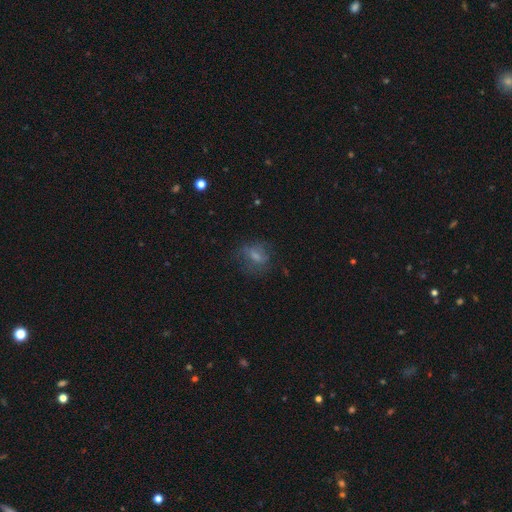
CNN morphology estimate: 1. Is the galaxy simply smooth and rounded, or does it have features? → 60% smooth, 27% featured or disk, 13% star or artifact.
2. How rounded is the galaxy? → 57% in between, 39% round, 5% cigar-shaped.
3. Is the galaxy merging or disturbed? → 57% none, 23% minor disturbance, 19% major disturbance, 2% merger.